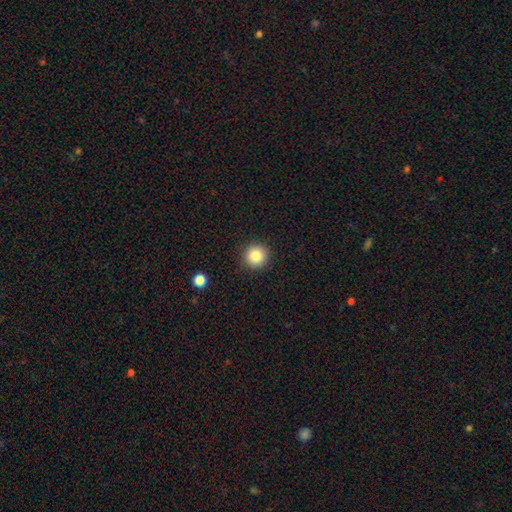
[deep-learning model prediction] smooth 84%, star or artifact 10%, featured or disk 6%. Down the decision tree: how rounded — round (95%); merging — none (91%).